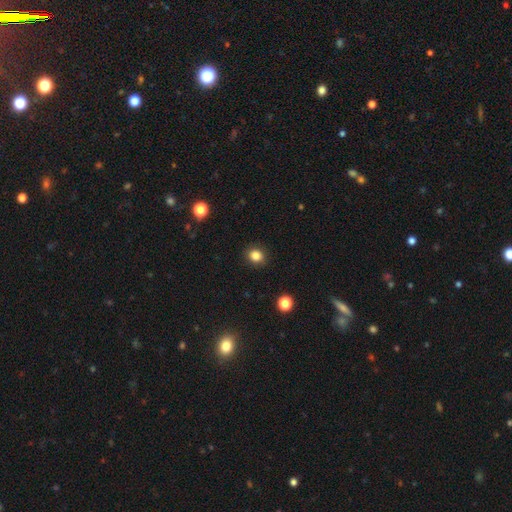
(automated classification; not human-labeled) smooth 84%, star or artifact 11%, featured or disk 4%. Down the decision tree: how rounded — round (76%); merging — none (90%).